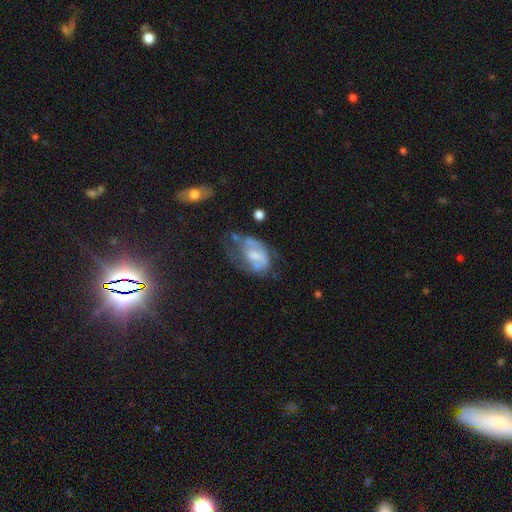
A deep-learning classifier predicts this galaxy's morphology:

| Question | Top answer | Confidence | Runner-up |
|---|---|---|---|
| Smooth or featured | featured or disk | 55% | smooth (35%) |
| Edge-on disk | no | 96% | yes (4%) |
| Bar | no | 63% | weak (30%) |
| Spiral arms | no | 57% | yes (43%) |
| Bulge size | moderate | 39% | small (28%) |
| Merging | major disturbance | 33% | minor disturbance (28%) |